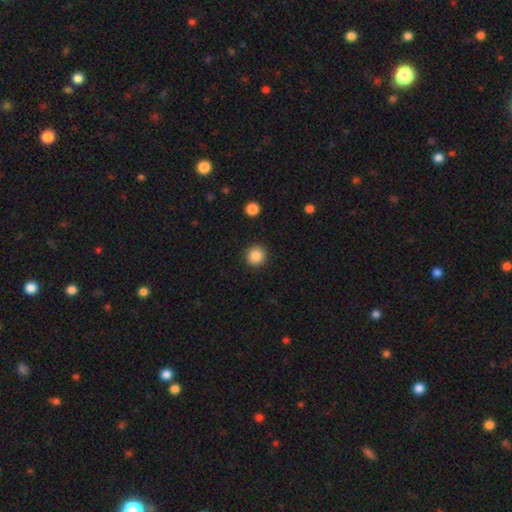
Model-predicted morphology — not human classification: The model was most divided on "smooth or featured": smooth: 86%, star or artifact: 10%, featured or disk: 4%. More confident: how rounded — round (94%); merging — none (92%).